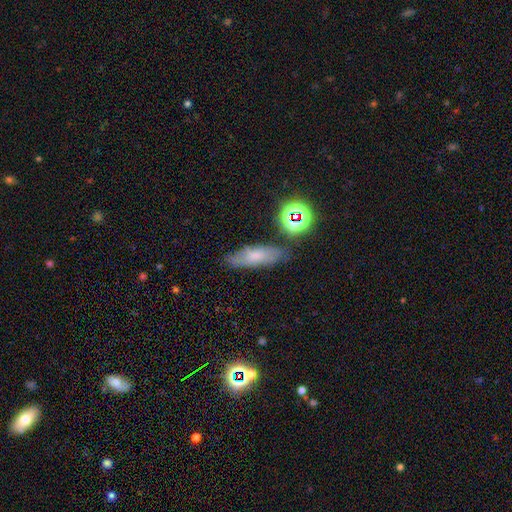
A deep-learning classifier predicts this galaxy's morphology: type=smooth (60%); roundness=in between (51%); merging=none (73%).